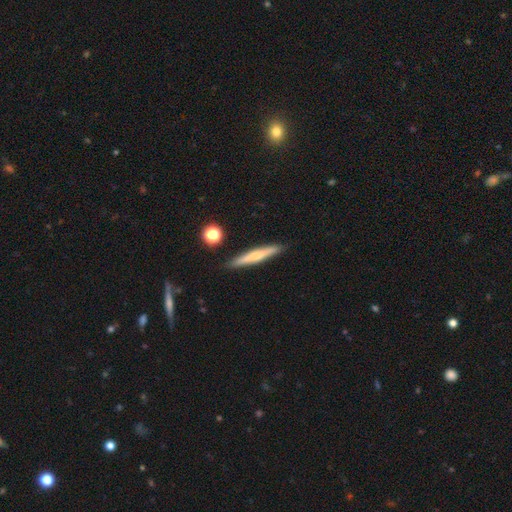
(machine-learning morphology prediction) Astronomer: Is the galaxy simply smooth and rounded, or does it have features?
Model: smooth — 54% (runner-up: featured or disk, 39%).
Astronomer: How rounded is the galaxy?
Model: cigar-shaped — 94%.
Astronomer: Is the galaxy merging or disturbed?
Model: none — 89%.